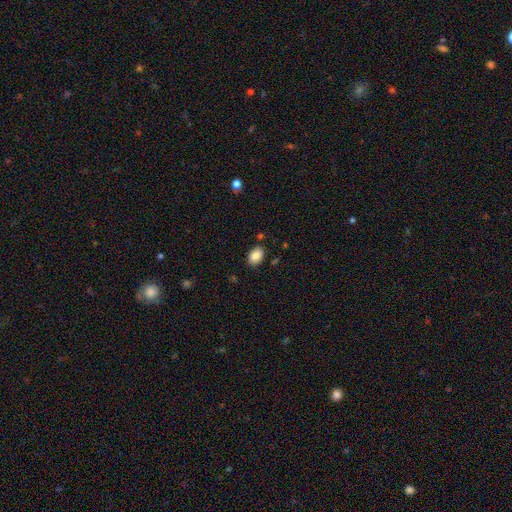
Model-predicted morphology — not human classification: A smooth galaxy with no disk features (87%) that is in between round and cigar-shaped (82%). Merging: none (84%).